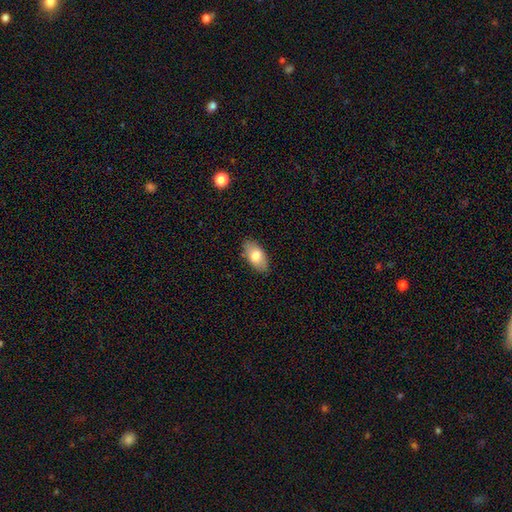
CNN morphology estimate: A smooth galaxy with no disk features (76%) that is in between round and cigar-shaped (93%).

Vote fractions:
- Smooth or featured? smooth: 76% / featured or disk: 18% / star or artifact: 7%
- How rounded? in between: 93% / round: 4% / cigar-shaped: 3%
- Merging? none: 85% / minor disturbance: 12% / major disturbance: 2% / merger: 1%